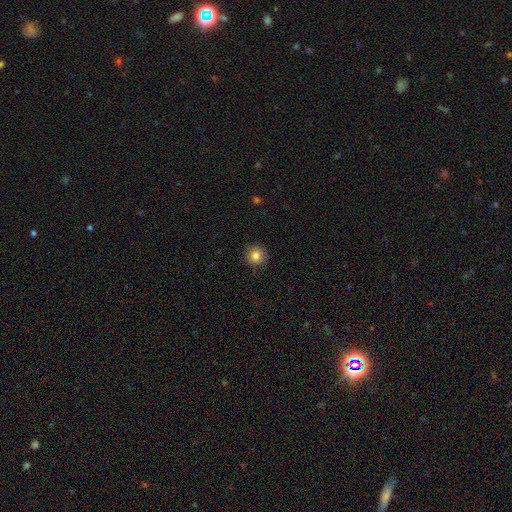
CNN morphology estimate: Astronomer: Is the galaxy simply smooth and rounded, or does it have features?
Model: smooth — 82%.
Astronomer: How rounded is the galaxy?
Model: round — 94%.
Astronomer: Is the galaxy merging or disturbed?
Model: none — 90%.